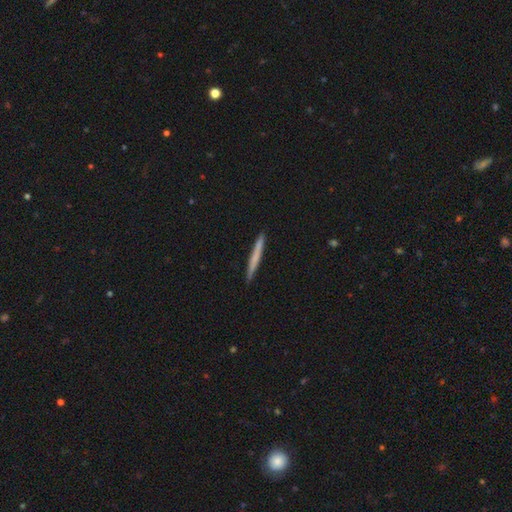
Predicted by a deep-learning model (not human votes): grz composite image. It shows a smooth galaxy with no disk features (59%) that is cigar-shaped (97%). Merging: none (92%).